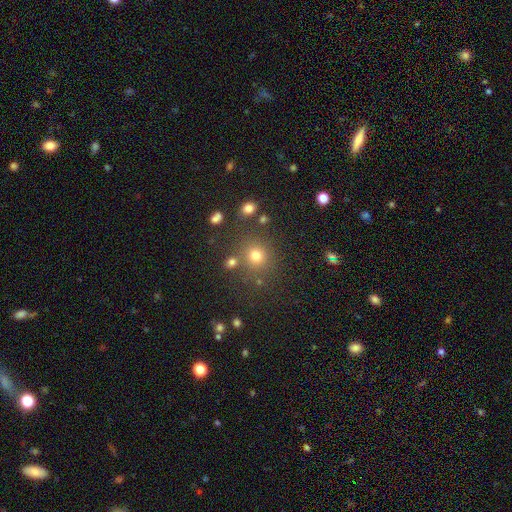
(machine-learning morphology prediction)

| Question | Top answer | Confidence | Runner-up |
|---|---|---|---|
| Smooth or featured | smooth | 73% | star or artifact (19%) |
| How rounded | round | 86% | in between (13%) |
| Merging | none | 76% | minor disturbance (10%) |